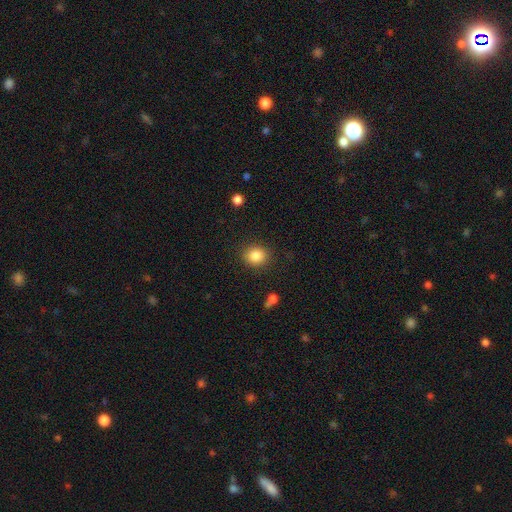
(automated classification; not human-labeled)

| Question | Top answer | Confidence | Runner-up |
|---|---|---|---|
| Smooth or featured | smooth | 86% | star or artifact (10%) |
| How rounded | round | 77% | in between (22%) |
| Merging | none | 87% | minor disturbance (8%) |